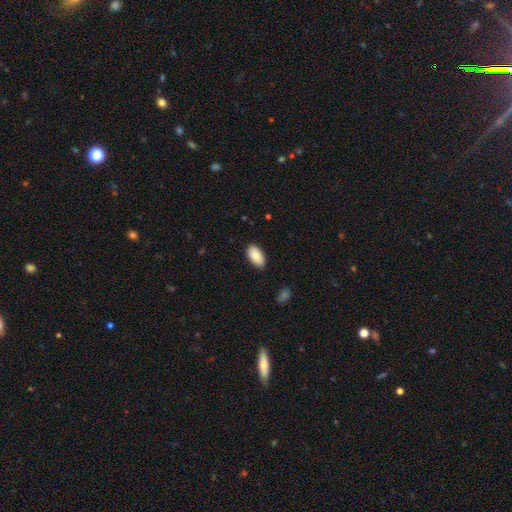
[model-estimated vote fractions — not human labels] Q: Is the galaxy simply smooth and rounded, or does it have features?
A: smooth — 87%.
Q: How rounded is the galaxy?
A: in between — 95%.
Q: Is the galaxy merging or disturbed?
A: none — 88%.